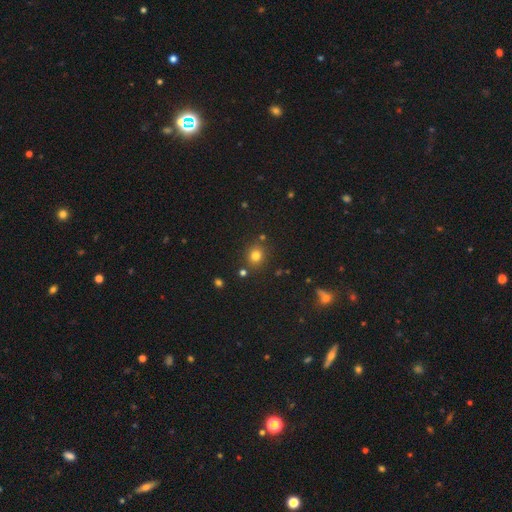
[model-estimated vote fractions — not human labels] Q: Smooth or featured?
A: smooth (78%); runner-up: star or artifact (16%)
Q: How rounded?
A: round (80%); runner-up: in between (19%)
Q: Merging?
A: none (82%); runner-up: minor disturbance (9%)